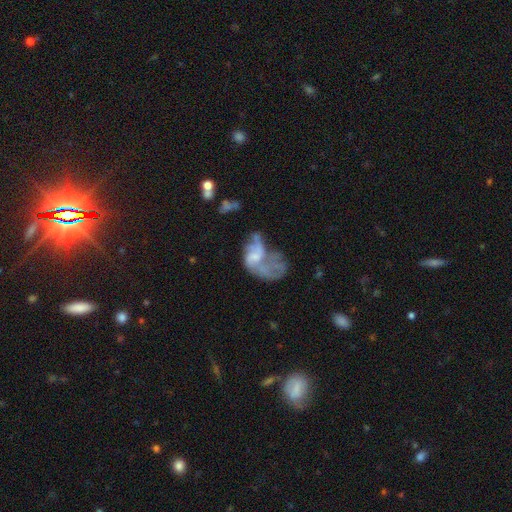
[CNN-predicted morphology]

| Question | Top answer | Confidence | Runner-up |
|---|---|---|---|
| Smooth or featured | featured or disk | 63% | smooth (27%) |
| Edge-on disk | no | 98% | yes (2%) |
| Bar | no | 72% | weak (24%) |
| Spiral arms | no | 52% | yes (48%) |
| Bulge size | none | 40% | small (30%) |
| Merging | major disturbance | 48% | merger (22%) |